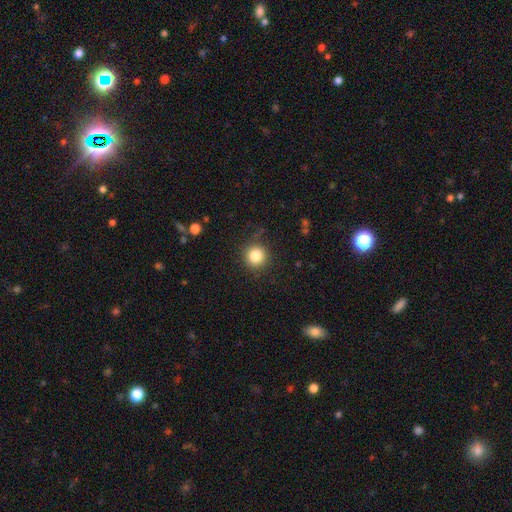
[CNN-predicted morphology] Smooth or featured?
  - smooth: 83% *
  - star or artifact: 11%
  - featured or disk: 6%
How rounded?
  - round: 94% *
  - in between: 5%
  - cigar-shaped: 1%
Merging?
  - none: 88% *
  - minor disturbance: 8%
  - major disturbance: 3%
  - merger: 1%